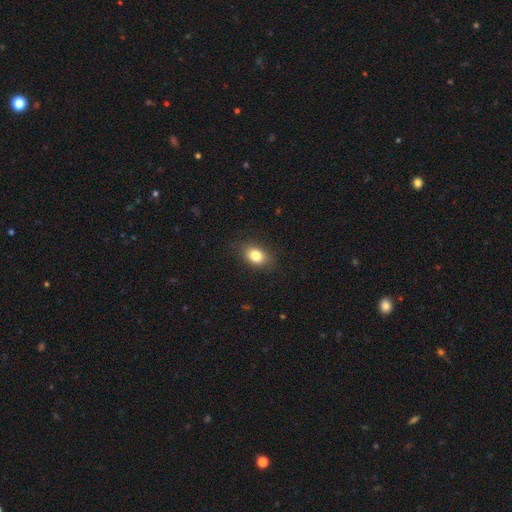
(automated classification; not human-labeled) This appears to be a smooth galaxy with no disk features (81%) that is in between round and cigar-shaped (71%). Merging: none (84%).